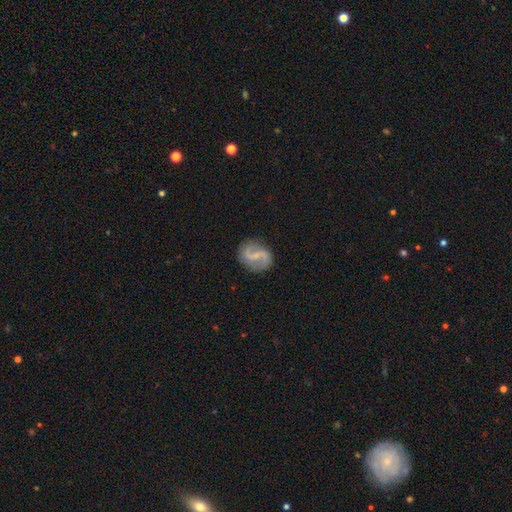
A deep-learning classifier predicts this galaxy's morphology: Overall: featured or disk (83%). Edge-on disk: no (98%). Bar: weak (49%; strong 31%). Spiral arms: yes (93%). Spiral arm count: 2 (92%). Spiral winding: loose (51%; medium 37%). Bulge size: small (56%; none 29%). Merging: none (84%).